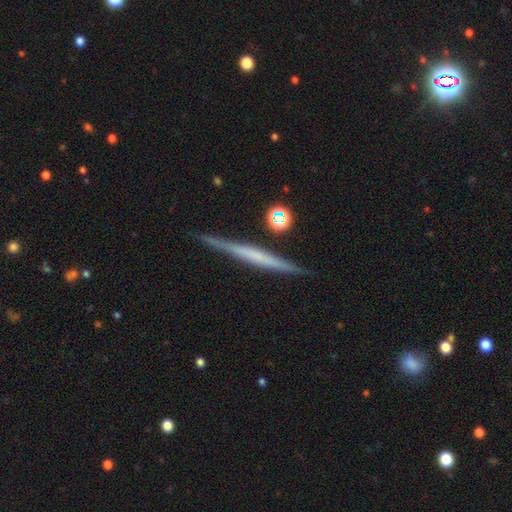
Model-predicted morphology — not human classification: smooth-or-featured: featured or disk: 63% | smooth: 30% | star or artifact: 6%
  disk-edge-on: yes: 97% | no: 3%
    edge-on-bulge: none: 76% | rounded: 13% | boxy: 11%
  merging: none: 87% | minor disturbance: 9% | merger: 2% | major disturbance: 2%